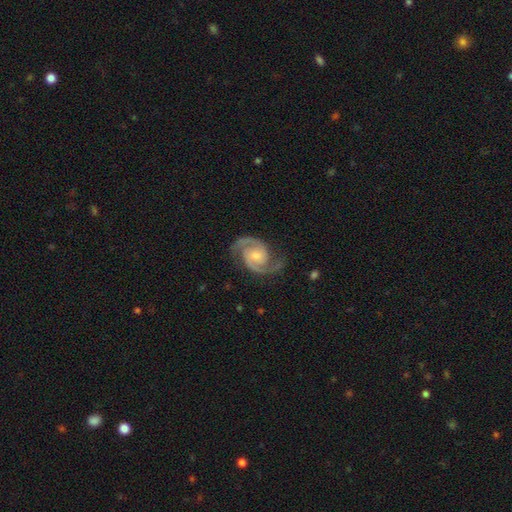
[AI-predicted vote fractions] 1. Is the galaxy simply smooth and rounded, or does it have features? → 93% featured or disk, 4% star or artifact, 3% smooth.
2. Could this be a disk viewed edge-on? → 98% no, 2% yes.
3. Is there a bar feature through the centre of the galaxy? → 55% no, 36% weak, 9% strong.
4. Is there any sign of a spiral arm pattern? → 99% yes, 1% no.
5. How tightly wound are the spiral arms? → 62% medium, 25% tight, 13% loose.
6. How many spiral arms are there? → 95% 2, 1% can't tell, 1% 3, 1% 1, 1% 4, 1% more than 4.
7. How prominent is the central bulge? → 46% moderate, 40% small, 7% none, 5% large, 1% dominant.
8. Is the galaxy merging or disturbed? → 81% none, 13% minor disturbance, 4% major disturbance, 1% merger.